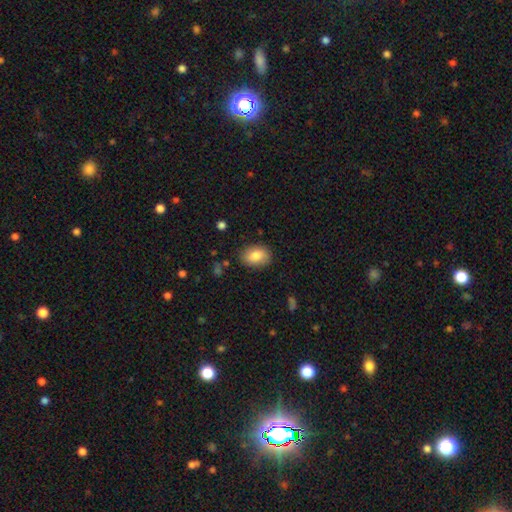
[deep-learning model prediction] Overall: smooth (82%). How rounded: in between (79%). Merging: none (85%).